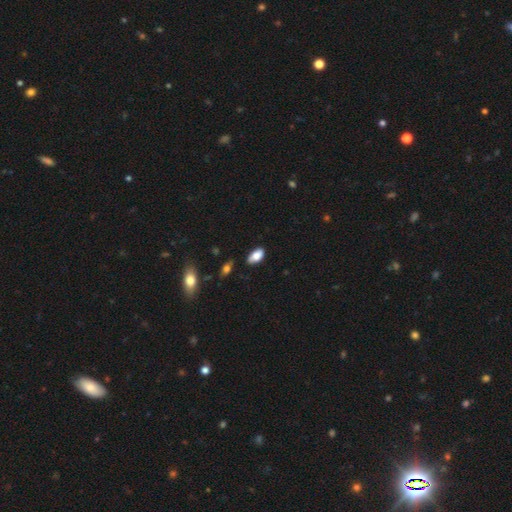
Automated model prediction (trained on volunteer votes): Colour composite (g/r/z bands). It shows a smooth galaxy with no disk features (83%) that is in between round and cigar-shaped (93%). Merging: none (74%).